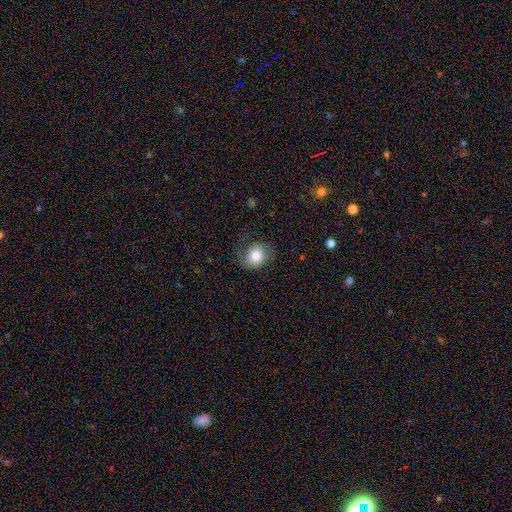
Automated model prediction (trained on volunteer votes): Morphology: type=smooth (68%); roundness=round (61%); merging=none (60%).